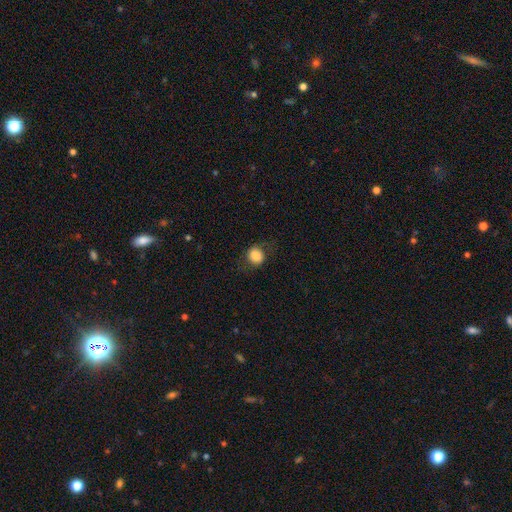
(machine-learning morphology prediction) Smooth or featured: smooth — 82% (star or artifact — 9%)
How rounded: round — 78% (in between — 21%)
Merging: none — 77% (minor disturbance — 15%)